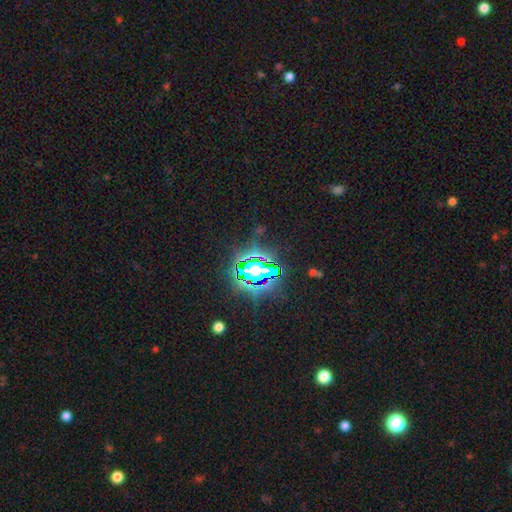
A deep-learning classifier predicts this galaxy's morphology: This appears to be a star or artifact, not a galaxy (83%).